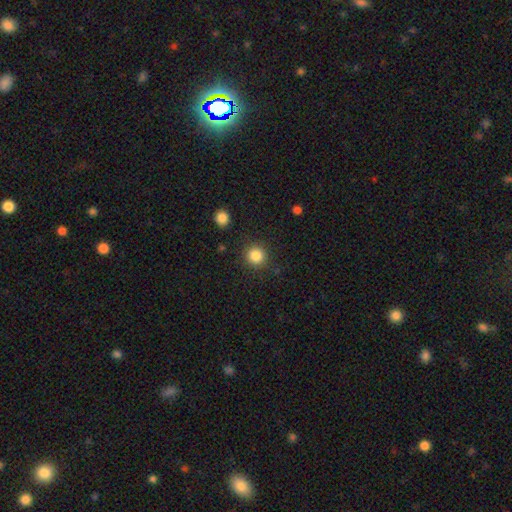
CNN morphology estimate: The model was most divided on "smooth or featured": smooth: 85%, star or artifact: 11%, featured or disk: 4%. More confident: how rounded — round (93%); merging — none (89%).